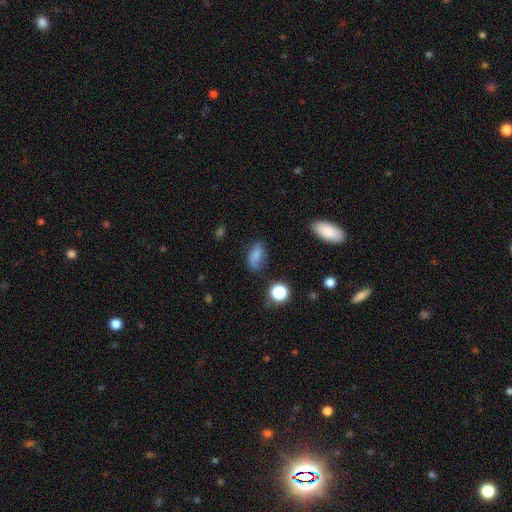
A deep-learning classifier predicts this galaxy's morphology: smooth_or_featured: smooth (p=0.76) [alt: star or artifact p=0.12]
how_rounded: in between (p=0.87) [alt: round p=0.10]
merging: none (p=0.68) [alt: minor disturbance p=0.22]